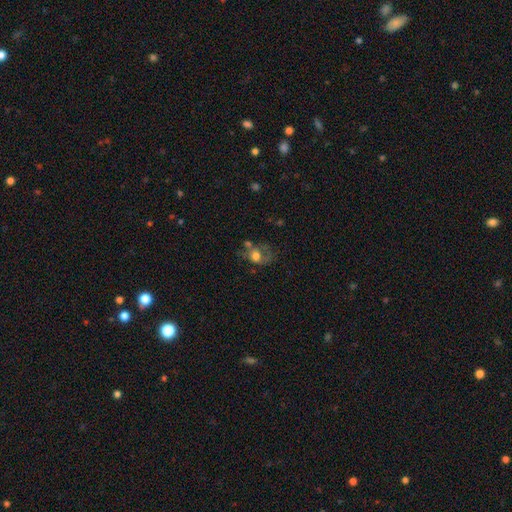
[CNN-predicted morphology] This is possibly a smooth galaxy (53%). How rounded: possibly in between (54%). Merging: marginally none (32%).